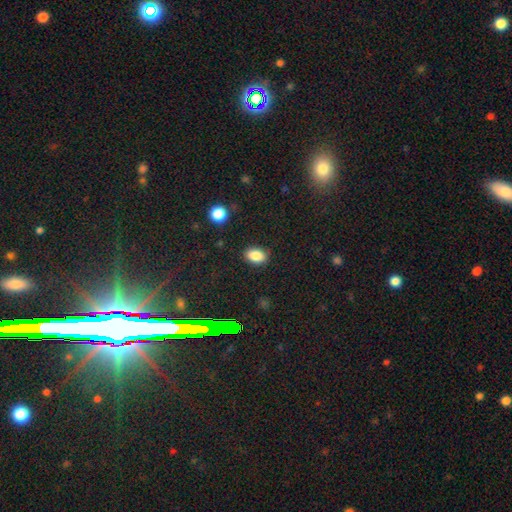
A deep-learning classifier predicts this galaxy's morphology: type=smooth (85%); roundness=in between (83%); merging=none (87%).